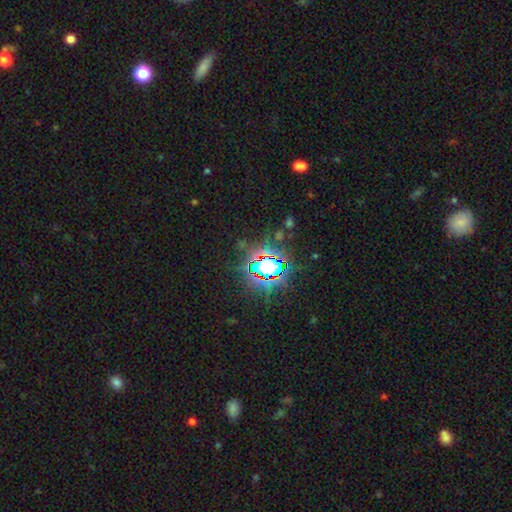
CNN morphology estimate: A star or artifact, not a galaxy (81%).

Vote fractions:
- Smooth or featured? star or artifact: 81% / smooth: 12% / featured or disk: 8%